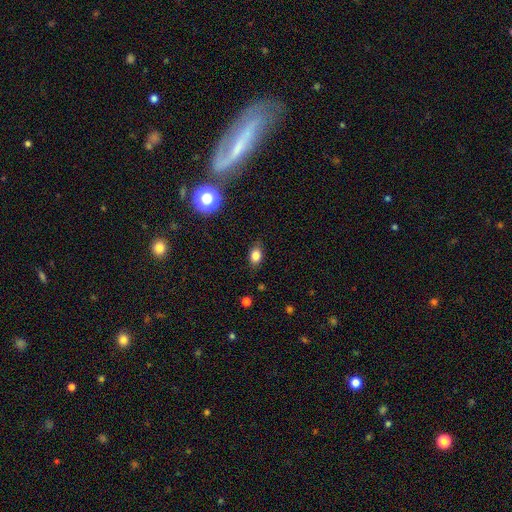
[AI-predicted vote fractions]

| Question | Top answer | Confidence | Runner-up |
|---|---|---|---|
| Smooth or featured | smooth | 81% | star or artifact (11%) |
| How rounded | in between | 77% | round (21%) |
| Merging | none | 81% | minor disturbance (15%) |